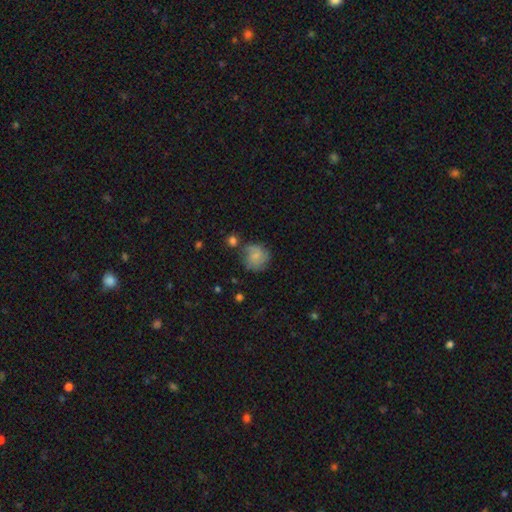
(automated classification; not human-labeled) Smooth or featured: smooth — 64% (featured or disk — 27%)
How rounded: round — 83% (in between — 16%)
Merging: none — 58% (minor disturbance — 25%)